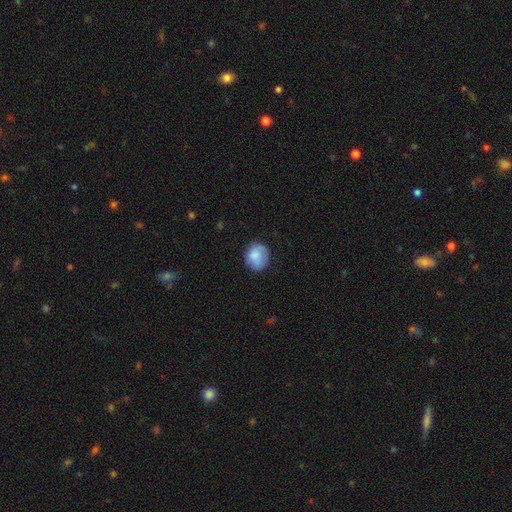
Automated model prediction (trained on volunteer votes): smooth 82%, featured or disk 11%, star or artifact 7%. Down the decision tree: how rounded — round (70%); merging — none (73%).